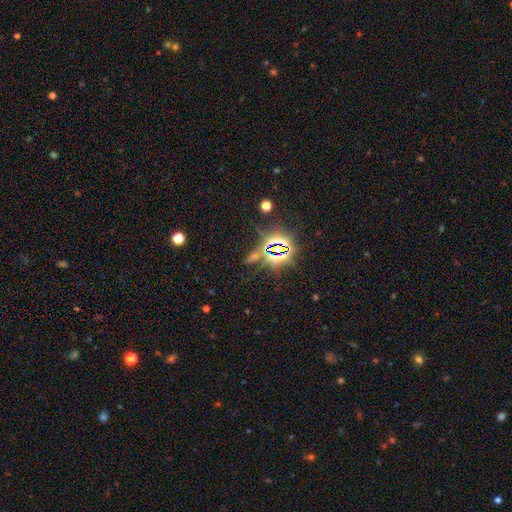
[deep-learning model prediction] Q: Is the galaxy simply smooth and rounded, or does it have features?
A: star or artifact — 80%.